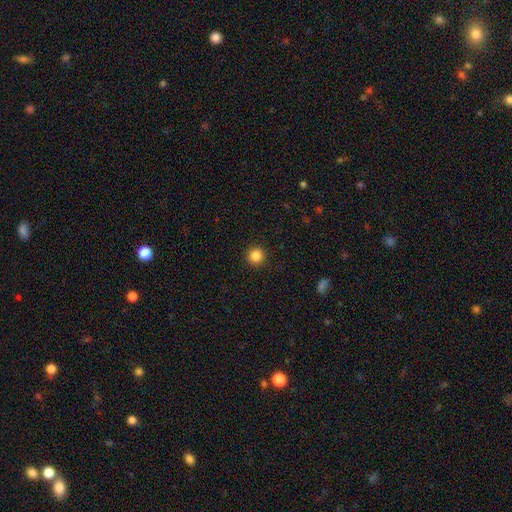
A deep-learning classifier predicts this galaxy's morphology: Smooth or featured?
  - smooth: 85% *
  - star or artifact: 11%
  - featured or disk: 4%
How rounded?
  - round: 95% *
  - in between: 4%
  - cigar-shaped: 1%
Merging?
  - none: 93% *
  - minor disturbance: 5%
  - major disturbance: 2%
  - merger: 1%